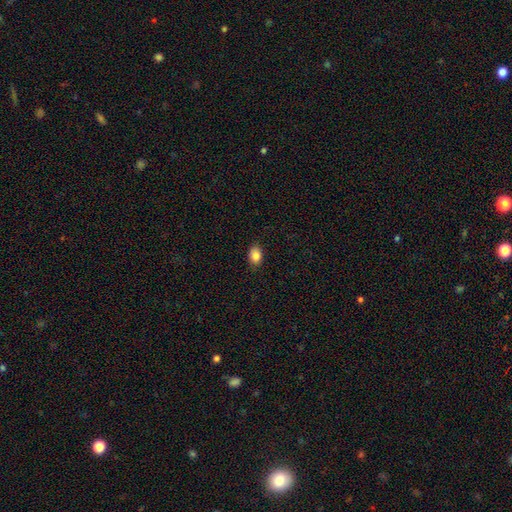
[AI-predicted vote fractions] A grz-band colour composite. It shows a smooth galaxy with no disk features (86%) that is in between round and cigar-shaped (79%). Merging: none (86%).